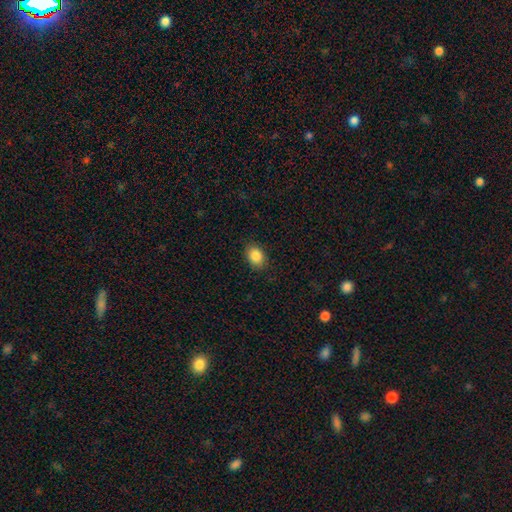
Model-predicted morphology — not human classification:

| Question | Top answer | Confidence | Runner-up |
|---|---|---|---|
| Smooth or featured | smooth | 87% | star or artifact (8%) |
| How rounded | in between | 73% | round (26%) |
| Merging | none | 86% | minor disturbance (10%) |